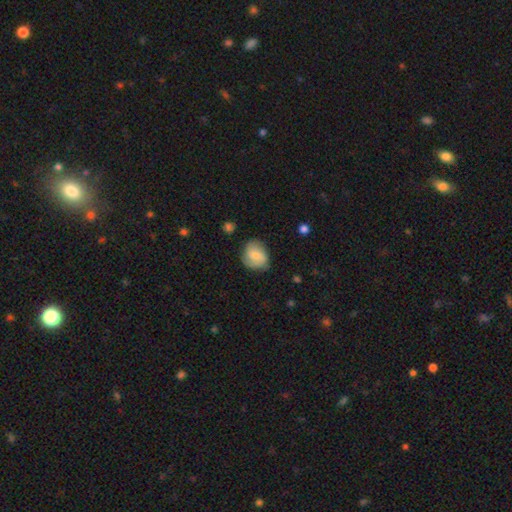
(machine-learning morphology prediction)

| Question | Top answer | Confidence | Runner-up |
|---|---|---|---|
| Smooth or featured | smooth | 66% | featured or disk (27%) |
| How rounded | round | 60% | in between (39%) |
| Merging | none | 66% | minor disturbance (25%) |